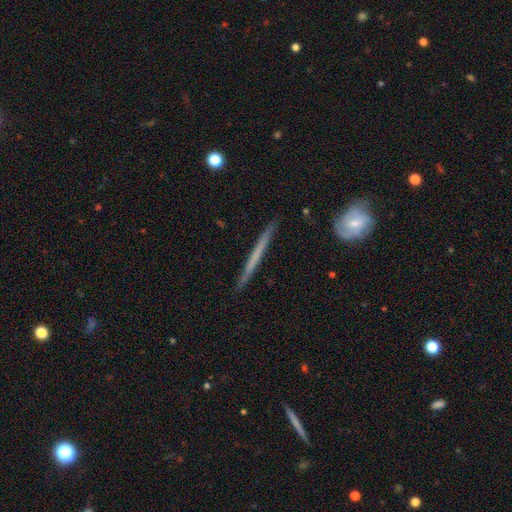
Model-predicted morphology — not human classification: Overall: featured or disk (55%; smooth 40%). Edge-on disk: yes (95%). Edge-on bulge: none (91%). Merging: none (87%).